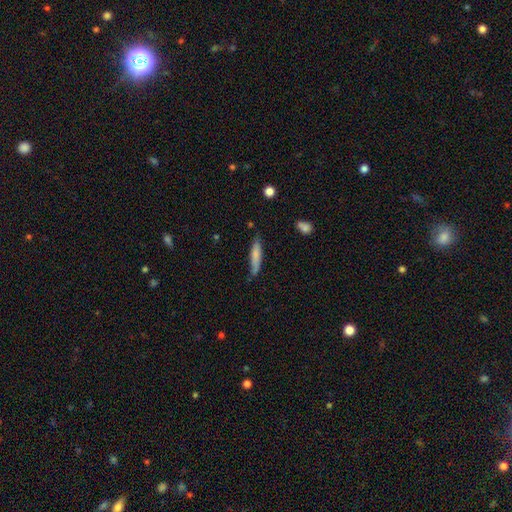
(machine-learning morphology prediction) type=smooth (75%); roundness=cigar-shaped (83%); merging=none (70%).